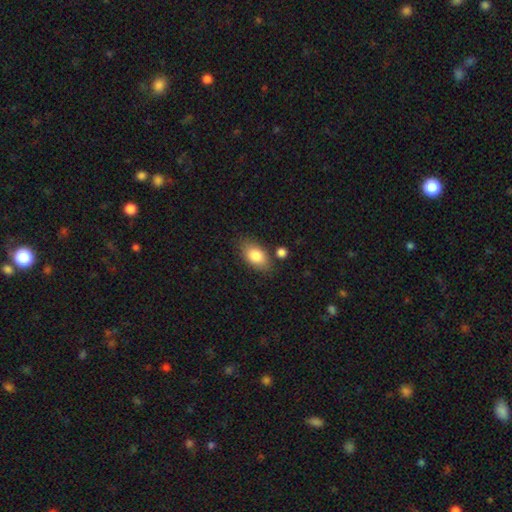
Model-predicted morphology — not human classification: This appears to be a smooth galaxy with no disk features (83%) that is in between round and cigar-shaped (89%). Merging: none (76%).